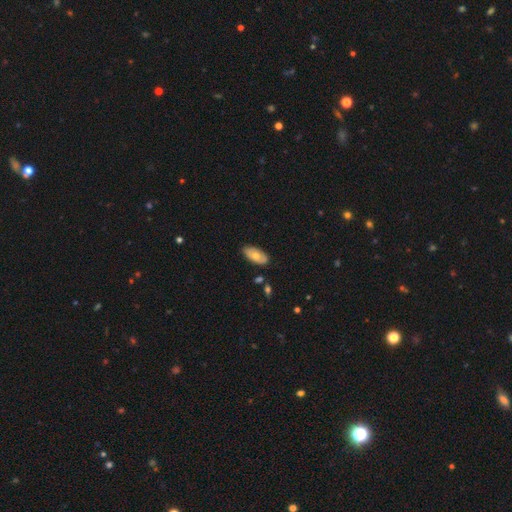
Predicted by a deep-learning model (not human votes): Smooth or featured?
  - smooth: 62% *
  - featured or disk: 31%
  - star or artifact: 6%
How rounded?
  - in between: 93% *
  - cigar-shaped: 5%
  - round: 3%
Merging?
  - none: 82% *
  - minor disturbance: 14%
  - major disturbance: 2%
  - merger: 2%